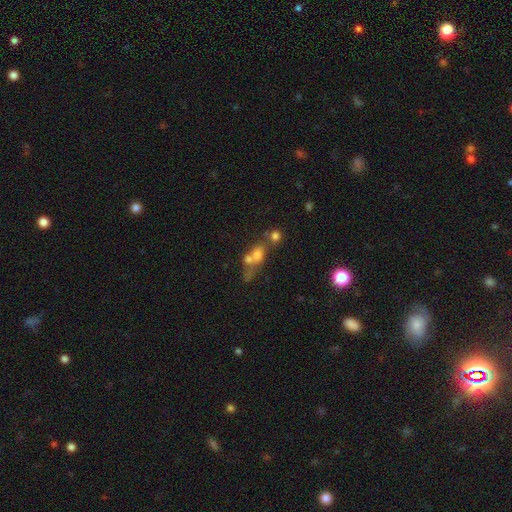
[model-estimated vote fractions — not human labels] The model was most divided on "how rounded": round: 49%, in between: 42%, cigar-shaped: 9%. More confident: smooth or featured — smooth (60%); merging — merger (57%).